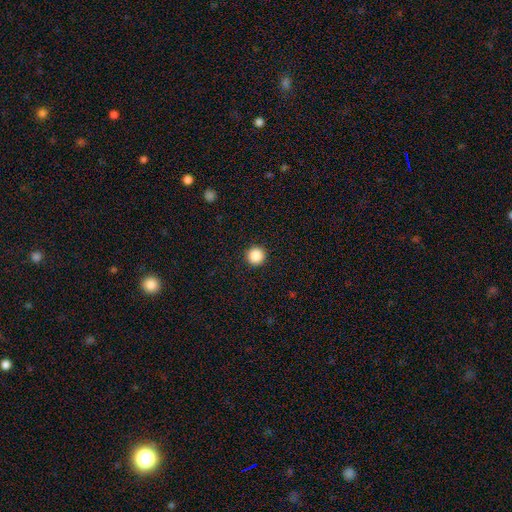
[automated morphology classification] Smooth or featured: smooth — 88% (star or artifact — 10%)
How rounded: round — 97% (in between — 3%)
Merging: none — 94% (minor disturbance — 4%)